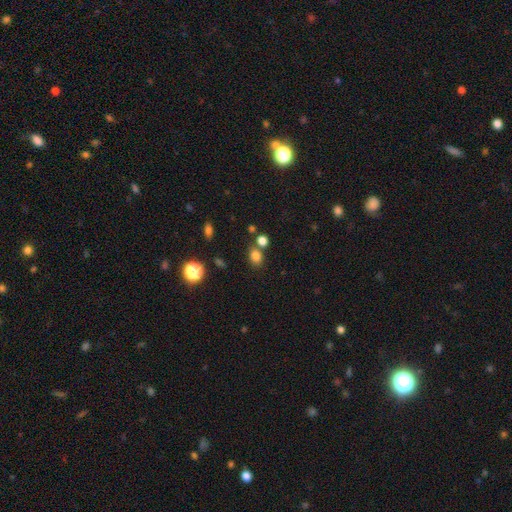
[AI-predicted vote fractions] Smooth or featured?
  - smooth: 79% *
  - star or artifact: 16%
  - featured or disk: 6%
How rounded?
  - in between: 54% *
  - round: 45%
  - cigar-shaped: 1%
Merging?
  - none: 67% *
  - merger: 18%
  - minor disturbance: 11%
  - major disturbance: 4%